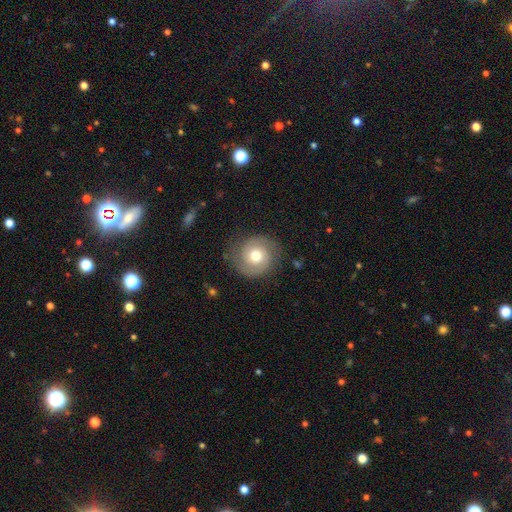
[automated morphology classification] smooth-or-featured: featured or disk: 64% | smooth: 29% | star or artifact: 8%
  disk-edge-on: no: 98% | yes: 2%
    bar: no: 75% | weak: 20% | strong: 4%
    has-spiral-arms: yes: 89% | no: 11%
      spiral-winding: tight: 51% | medium: 37% | loose: 12%
      spiral-arm-count: 2: 86% | can't tell: 6% | 1: 4% | 3: 2% | 4: 1% | more than 4: 1%
    bulge-size: moderate: 76% | small: 12% | large: 9% | dominant: 1% | none: 1%
  merging: none: 81% | minor disturbance: 13% | major disturbance: 5% | merger: 1%